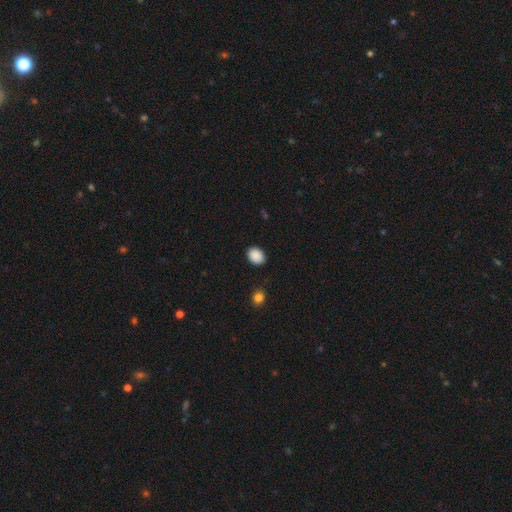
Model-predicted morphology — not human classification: Smooth or featured: smooth — 90% (star or artifact — 8%)
How rounded: in between — 66% (round — 34%)
Merging: none — 88% (minor disturbance — 9%)